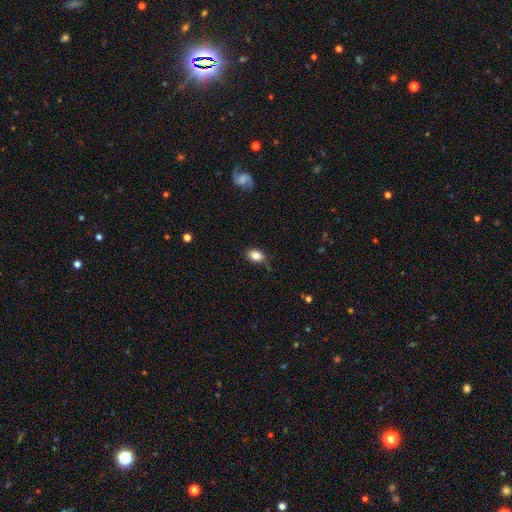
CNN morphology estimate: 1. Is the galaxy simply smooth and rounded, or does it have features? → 85% smooth, 9% star or artifact, 7% featured or disk.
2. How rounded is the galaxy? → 82% in between, 16% round, 1% cigar-shaped.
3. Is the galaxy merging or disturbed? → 78% none, 17% minor disturbance, 3% major disturbance, 2% merger.